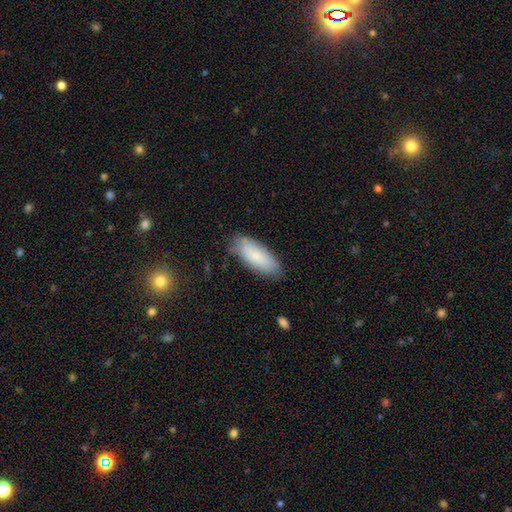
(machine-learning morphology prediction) type=smooth (80%); roundness=in between (75%); merging=none (75%).